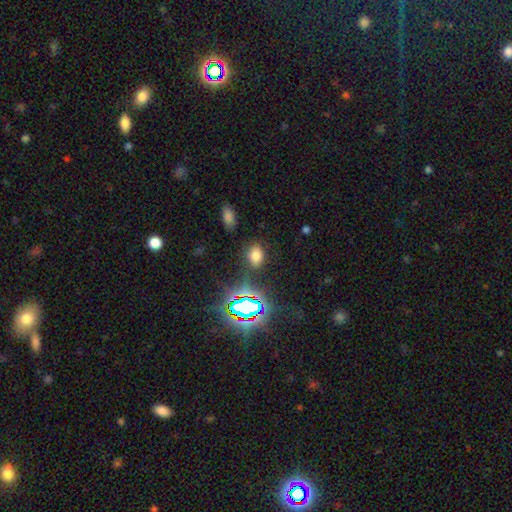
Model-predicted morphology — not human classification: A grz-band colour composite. It shows a smooth galaxy with no disk features (67%) that is in between round and cigar-shaped (73%). Merging: none (79%).